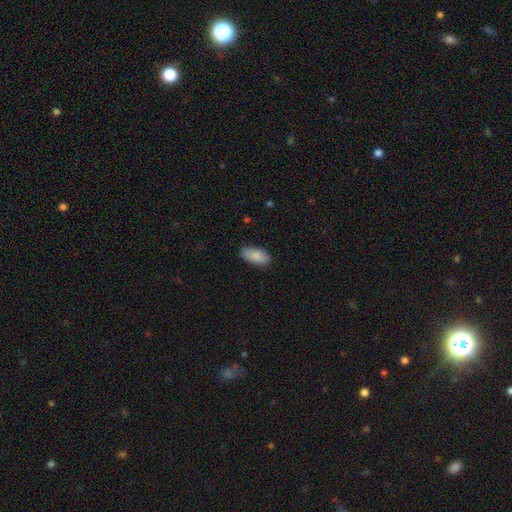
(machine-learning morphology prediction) A smooth galaxy with no disk features (88%) that is in between round and cigar-shaped (91%). Merging: none (82%).